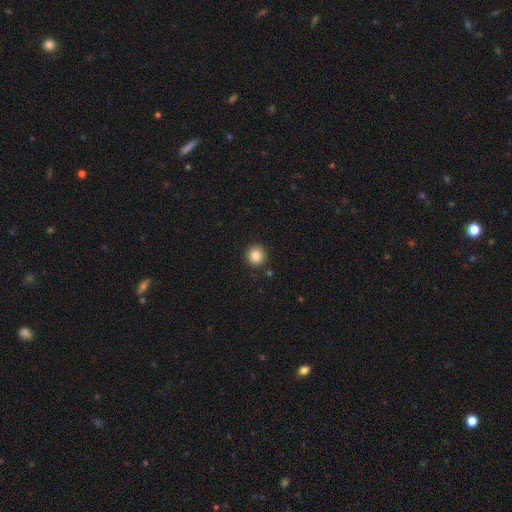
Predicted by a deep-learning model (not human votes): A smooth galaxy with no disk features (86%) that is round (91%). Merging: none (90%).